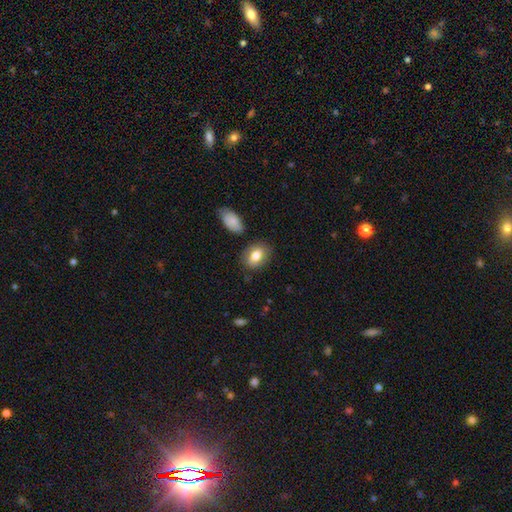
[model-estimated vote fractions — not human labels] Smooth or featured? smooth (80%)
How rounded? in between (79%)
Merging? none (79%)